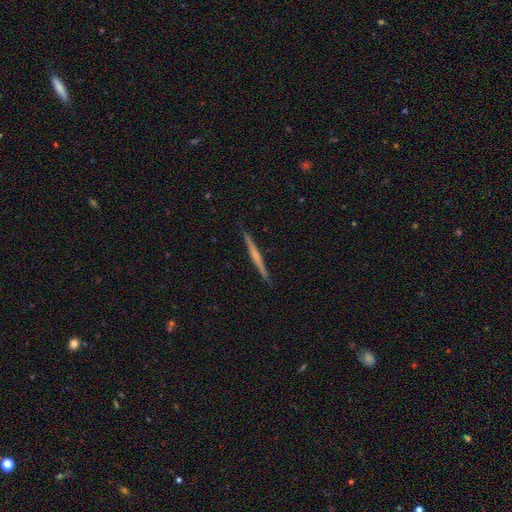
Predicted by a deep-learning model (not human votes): featured or disk 65%, smooth 29%, star or artifact 6%. Down the decision tree: edge-on disk — yes (98%); edge-on bulge — none (55%); merging — none (92%).